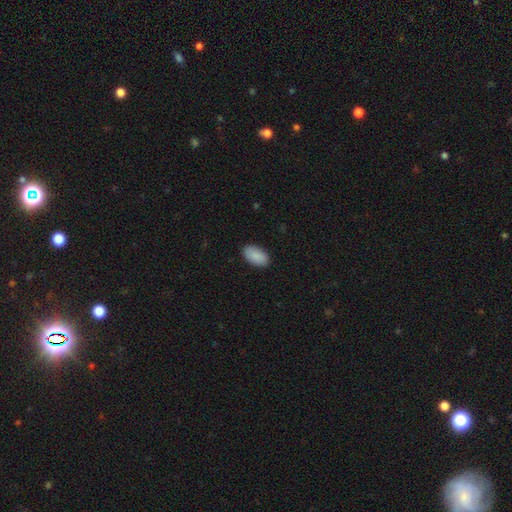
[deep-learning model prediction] This appears to be a smooth galaxy with no disk features (90%) that is in between round and cigar-shaped (95%). Merging: none (88%).